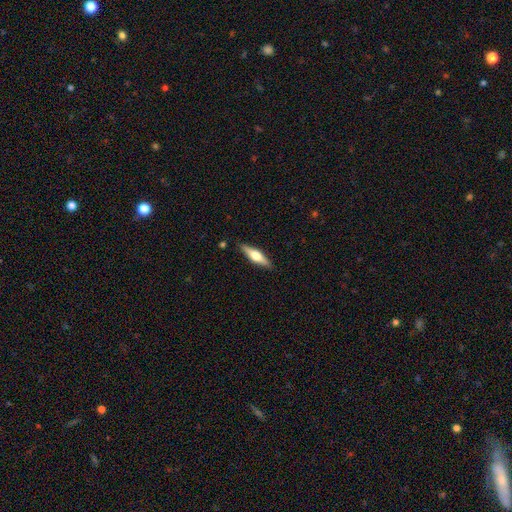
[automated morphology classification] Overall: featured or disk (56%; smooth 39%). Edge-on disk: yes (95%). Edge-on bulge: rounded (92%). Merging: none (88%).